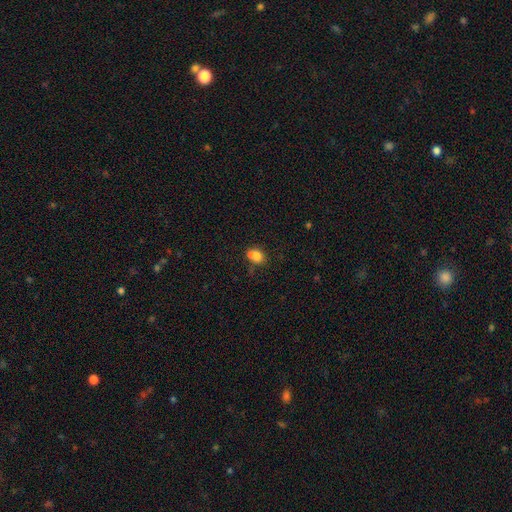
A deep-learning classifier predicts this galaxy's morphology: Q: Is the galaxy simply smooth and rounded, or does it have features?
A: smooth — 78%.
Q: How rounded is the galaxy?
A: in between — 55%.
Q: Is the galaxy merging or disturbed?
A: none — 43%.